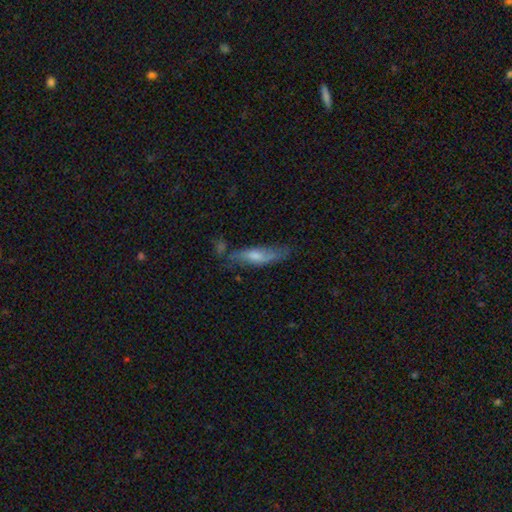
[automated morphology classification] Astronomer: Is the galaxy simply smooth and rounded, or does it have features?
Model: featured or disk — 50% (runner-up: smooth, 42%).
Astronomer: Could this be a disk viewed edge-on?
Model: yes — 54% (runner-up: no, 46%).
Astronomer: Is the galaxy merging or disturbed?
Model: none — 64%.